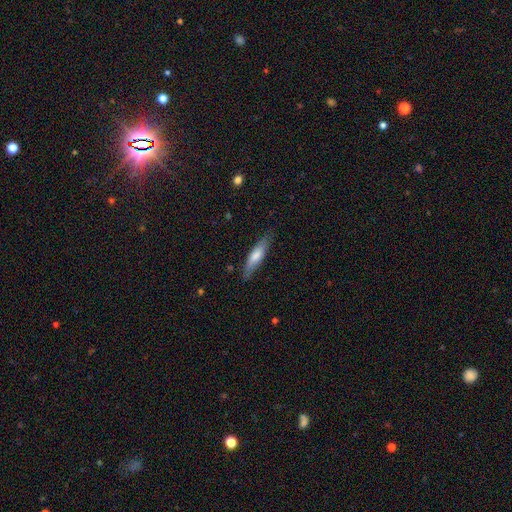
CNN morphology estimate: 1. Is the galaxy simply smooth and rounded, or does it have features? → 64% smooth, 30% featured or disk, 6% star or artifact.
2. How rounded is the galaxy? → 75% cigar-shaped, 23% in between, 1% round.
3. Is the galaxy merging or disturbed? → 83% none, 13% minor disturbance, 3% major disturbance, 1% merger.